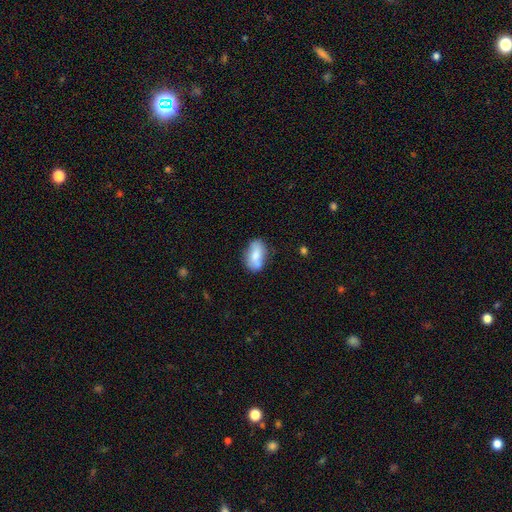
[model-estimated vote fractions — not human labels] Smooth or featured: smooth — 73% (featured or disk — 20%)
How rounded: in between — 89% (round — 8%)
Merging: none — 66% (minor disturbance — 21%)